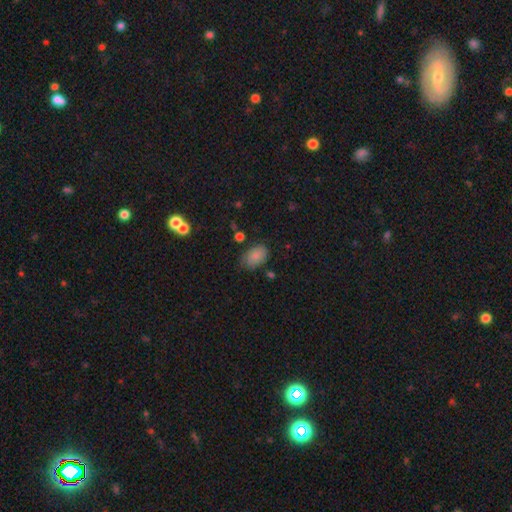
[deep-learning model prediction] smooth_or_featured: smooth (p=0.85) [alt: star or artifact p=0.08]
how_rounded: in between (p=0.87) [alt: round p=0.11]
merging: none (p=0.71) [alt: minor disturbance p=0.21]